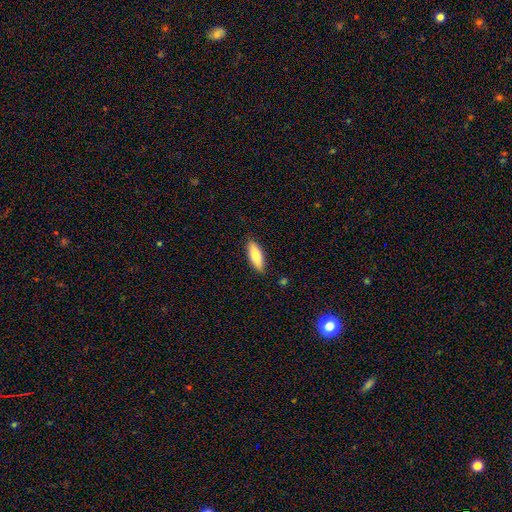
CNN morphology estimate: Smooth or featured? Predicted: smooth (p=0.82). How rounded? Predicted: in between (p=0.64). Merging? Predicted: none (p=0.87).